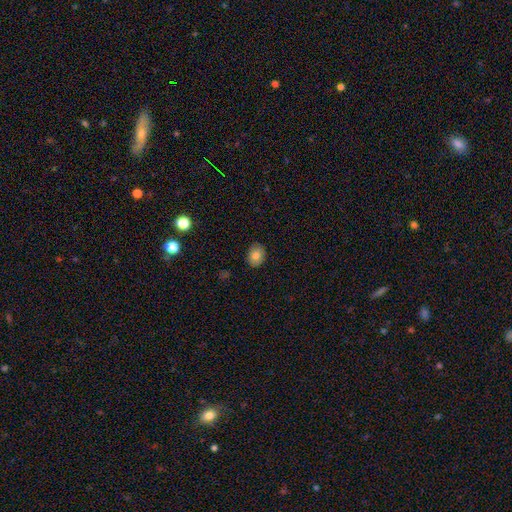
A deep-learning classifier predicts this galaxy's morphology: Smooth or featured? smooth (80%)
How rounded? in between (59%)
Merging? none (87%)